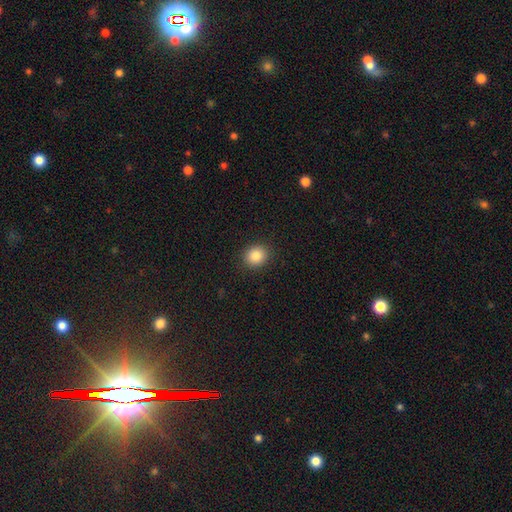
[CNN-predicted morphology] A smooth galaxy with no disk features (85%) that is round (70%).

Vote fractions:
- Smooth or featured? smooth: 85% / star or artifact: 10% / featured or disk: 5%
- How rounded? round: 70% / in between: 29% / cigar-shaped: 1%
- Merging? none: 91% / minor disturbance: 6% / major disturbance: 2% / merger: 1%